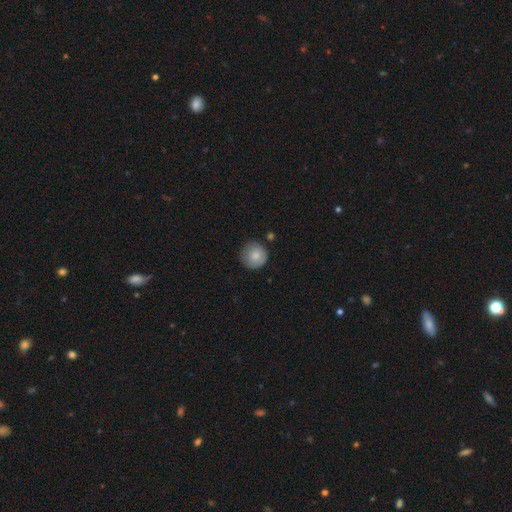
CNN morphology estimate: Smooth or featured? Predicted: smooth (p=0.81). How rounded? Predicted: round (p=0.94). Merging? Predicted: none (p=0.77).